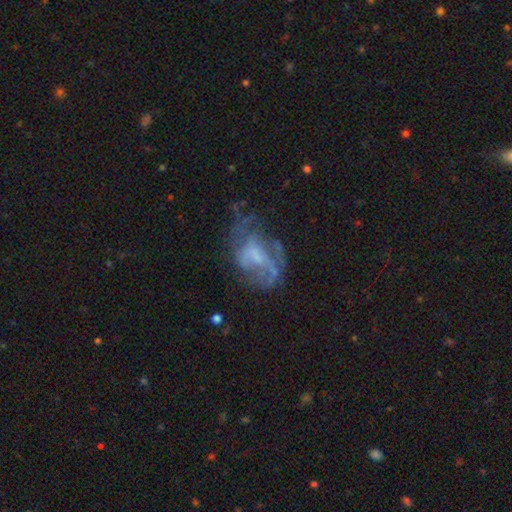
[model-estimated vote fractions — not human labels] Smooth or featured? Predicted: featured or disk (p=0.65). Edge-on disk? Predicted: no (p=0.97). Bar? Predicted: no (p=0.60). Spiral arms? Predicted: yes (p=0.51). Bulge size? Predicted: none (p=0.38). Merging? Predicted: none (p=0.38).